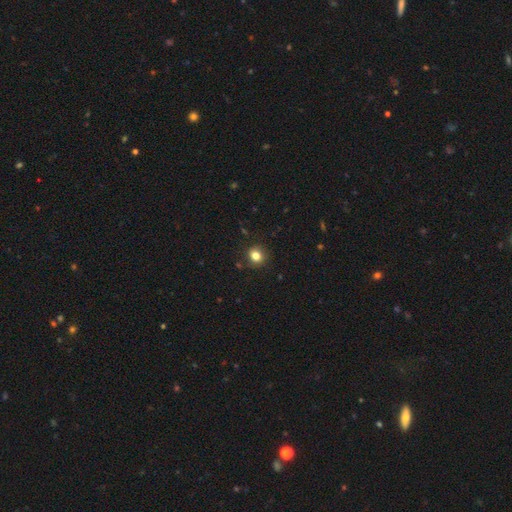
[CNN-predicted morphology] A smooth galaxy with no disk features (82%) that is round (82%).

Vote fractions:
- Smooth or featured? smooth: 82% / star or artifact: 12% / featured or disk: 6%
- How rounded? round: 82% / in between: 17% / cigar-shaped: 1%
- Merging? none: 88% / minor disturbance: 8% / major disturbance: 2% / merger: 1%